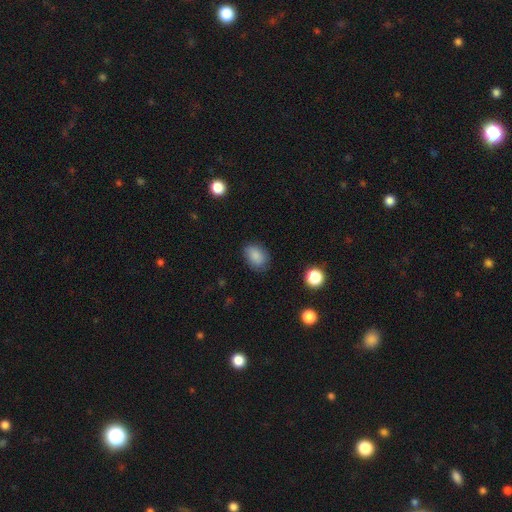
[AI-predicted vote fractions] Q: Smooth or featured?
A: smooth (86%); runner-up: star or artifact (9%)
Q: How rounded?
A: in between (78%); runner-up: round (21%)
Q: Merging?
A: none (79%); runner-up: minor disturbance (16%)